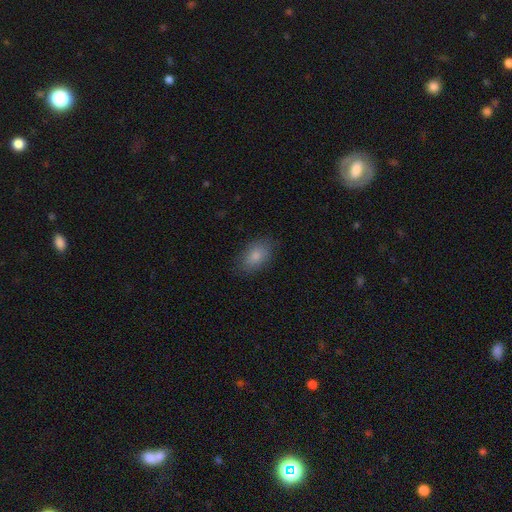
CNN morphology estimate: The model was most divided on "merging": none: 83%, minor disturbance: 13%, major disturbance: 3%, merger: 1%. More confident: how rounded — in between (89%); smooth or featured — smooth (84%).